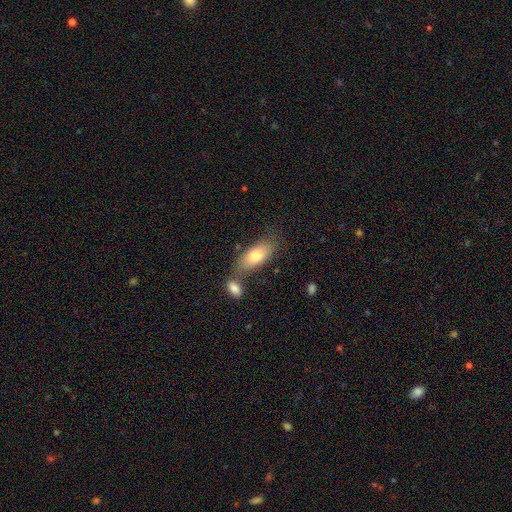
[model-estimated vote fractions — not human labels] smooth-or-featured: smooth: 75% | featured or disk: 19% | star or artifact: 6%
  how-rounded: in between: 84% | cigar-shaped: 13% | round: 3%
  merging: none: 58% | merger: 21% | minor disturbance: 15% | major disturbance: 5%